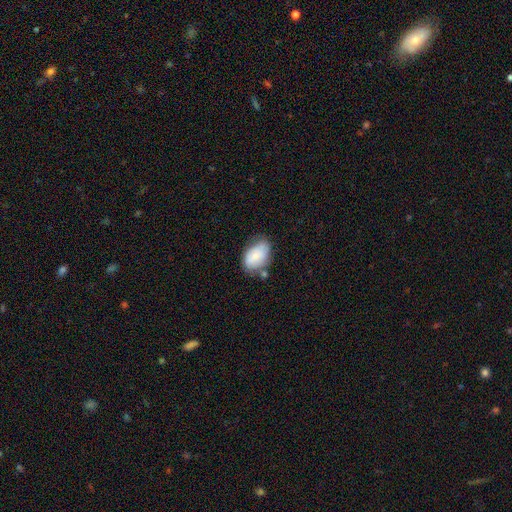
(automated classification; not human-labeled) A smooth galaxy with no disk features (75%) that is in between round and cigar-shaped (88%).

Vote fractions:
- Smooth or featured? smooth: 75% / featured or disk: 18% / star or artifact: 7%
- How rounded? in between: 88% / round: 11% / cigar-shaped: 1%
- Merging? none: 52% / minor disturbance: 30% / merger: 10% / major disturbance: 8%